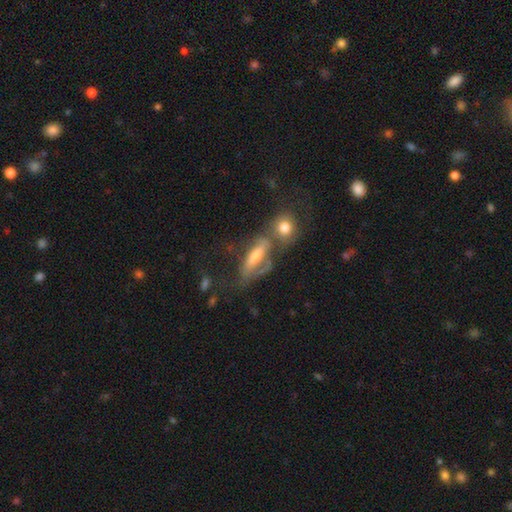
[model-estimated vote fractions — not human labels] A featured or disk galaxy (53%).

Vote fractions:
- Smooth or featured? featured or disk: 53% / smooth: 37% / star or artifact: 10%
- Edge-on disk? no: 65% / yes: 35%
- Merging? merger: 39% / none: 28% / major disturbance: 17% / minor disturbance: 16%